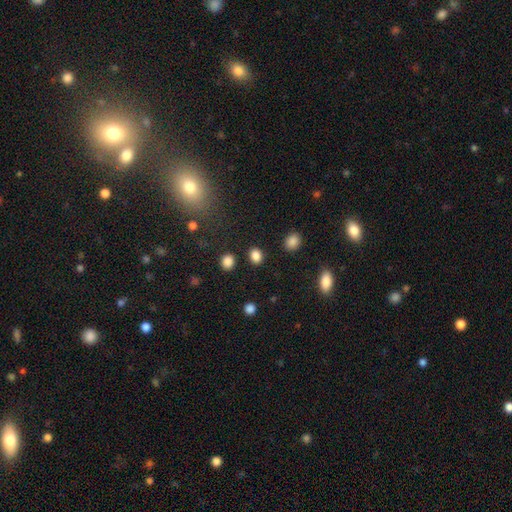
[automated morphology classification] A smooth galaxy with no disk features (85%) that is in between round and cigar-shaped (52%). Merging: none (87%).